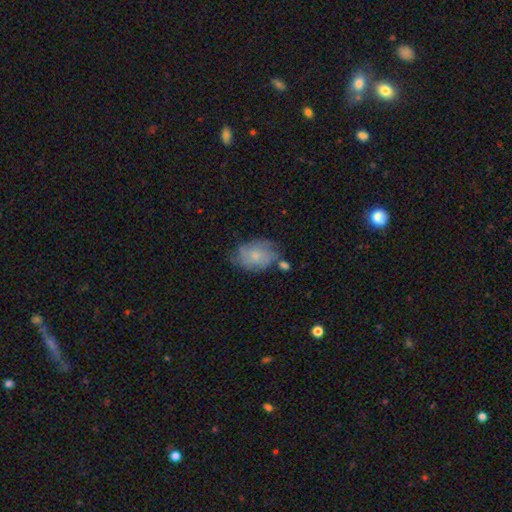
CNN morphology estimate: Smooth or featured? Predicted: smooth (p=0.60). How rounded? Predicted: in between (p=0.79). Merging? Predicted: none (p=0.56).